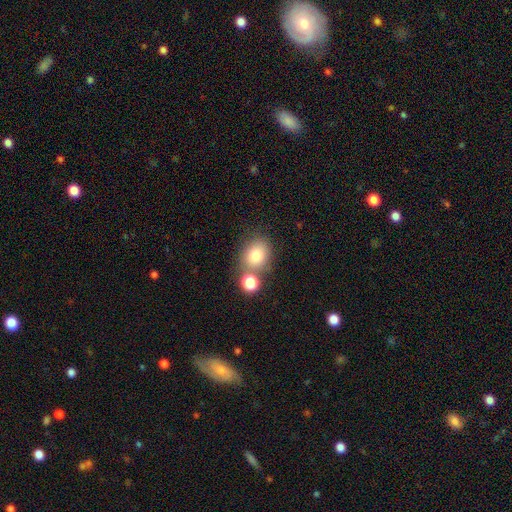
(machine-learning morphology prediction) Smooth or featured?
  - smooth: 77% *
  - star or artifact: 12%
  - featured or disk: 10%
How rounded?
  - round: 59% *
  - in between: 40%
  - cigar-shaped: 1%
Merging?
  - none: 64% *
  - merger: 19%
  - minor disturbance: 12%
  - major disturbance: 4%